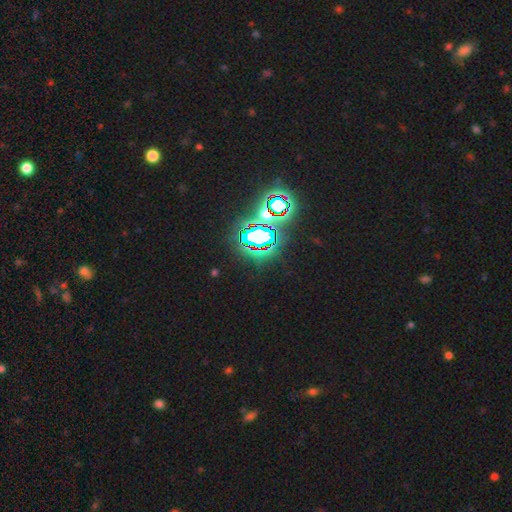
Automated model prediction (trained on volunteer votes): Smooth or featured: star or artifact — 84% (smooth — 10%)